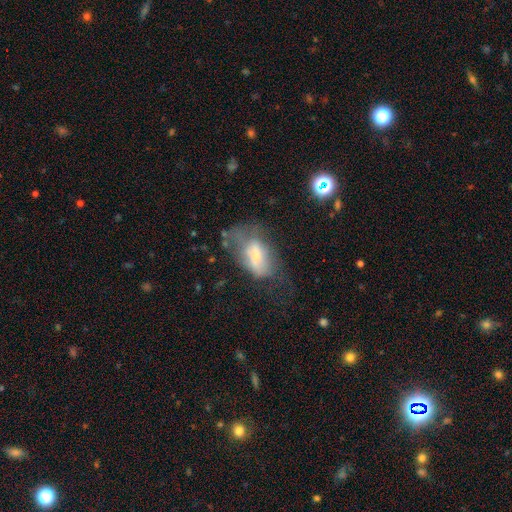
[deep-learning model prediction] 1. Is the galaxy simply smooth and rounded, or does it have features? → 49% smooth, 40% featured or disk, 10% star or artifact.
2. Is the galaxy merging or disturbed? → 41% major disturbance, 29% none, 25% minor disturbance, 5% merger.